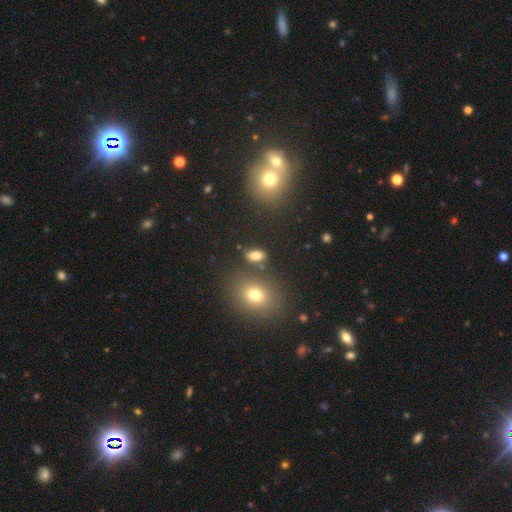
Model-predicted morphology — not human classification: Smooth or featured: smooth — 78% (star or artifact — 14%)
How rounded: in between — 84% (round — 12%)
Merging: none — 76% (minor disturbance — 12%)